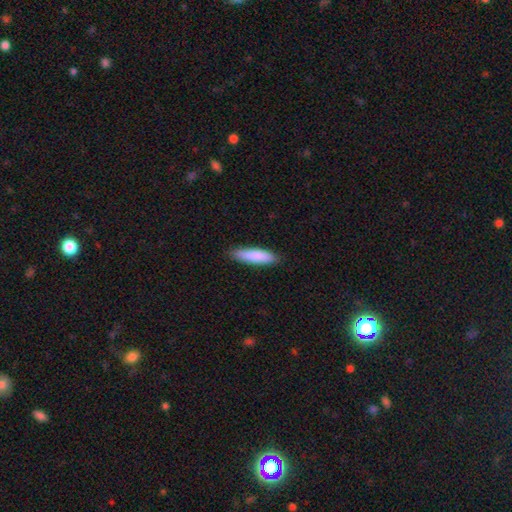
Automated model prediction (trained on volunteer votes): Q: Smooth or featured?
A: smooth (87%); runner-up: featured or disk (8%)
Q: How rounded?
A: cigar-shaped (69%); runner-up: in between (29%)
Q: Merging?
A: none (87%); runner-up: minor disturbance (10%)